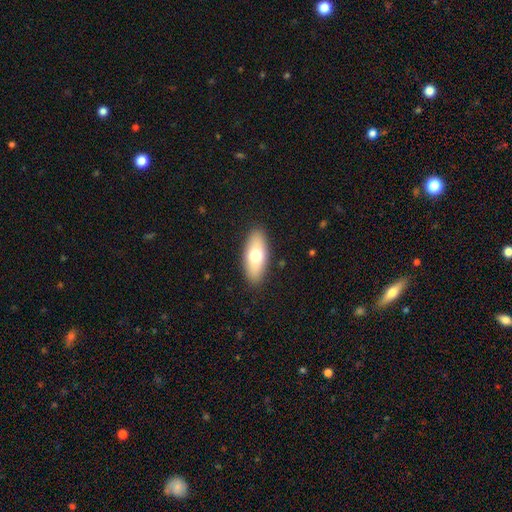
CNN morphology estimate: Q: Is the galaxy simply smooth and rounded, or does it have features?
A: smooth — 68%.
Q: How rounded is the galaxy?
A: in between — 82%.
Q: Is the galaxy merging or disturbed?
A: none — 88%.